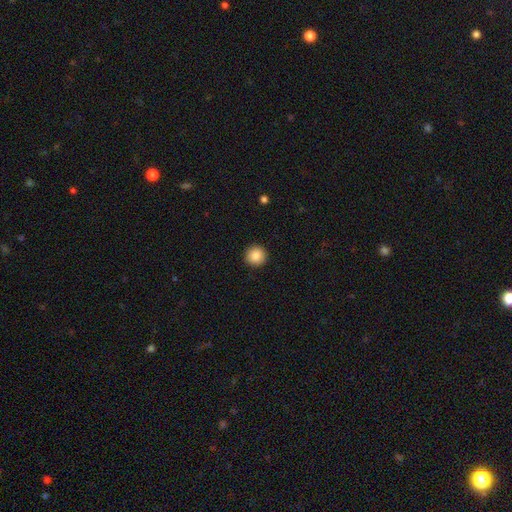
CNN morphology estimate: Smooth or featured: smooth — 87% (star or artifact — 9%)
How rounded: round — 95% (in between — 4%)
Merging: none — 93% (minor disturbance — 5%)